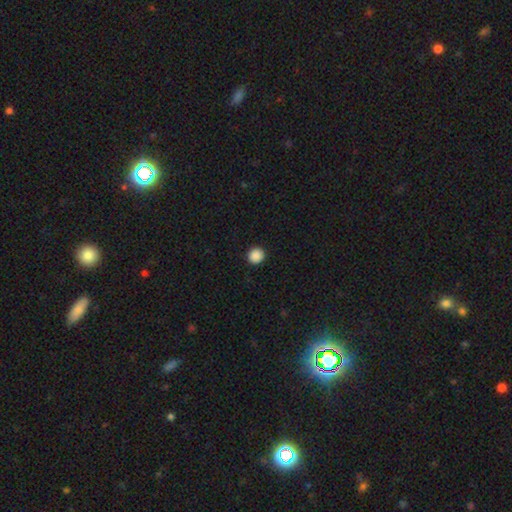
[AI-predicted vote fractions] Smooth or featured: smooth — 89% (star or artifact — 9%)
How rounded: round — 94% (in between — 5%)
Merging: none — 93% (minor disturbance — 4%)